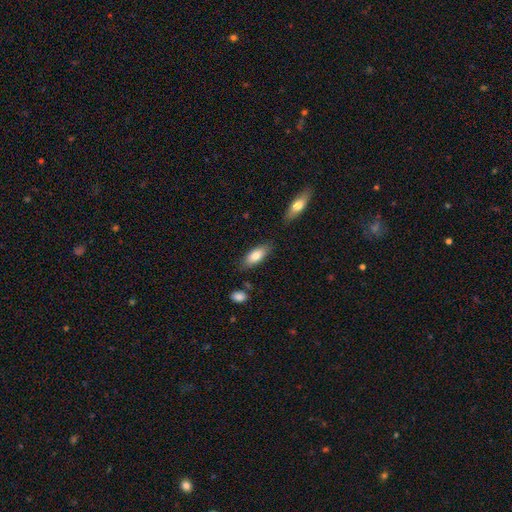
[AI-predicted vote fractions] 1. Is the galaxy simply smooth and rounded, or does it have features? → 82% smooth, 12% featured or disk, 6% star or artifact.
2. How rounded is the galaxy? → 81% in between, 17% cigar-shaped, 2% round.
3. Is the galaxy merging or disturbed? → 79% none, 14% minor disturbance, 4% merger, 3% major disturbance.